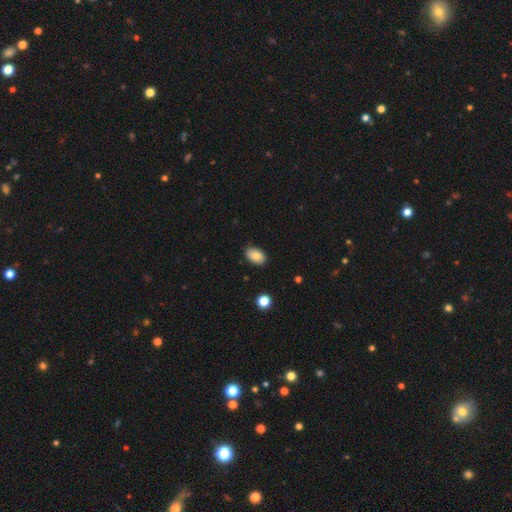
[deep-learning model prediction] This is clearly a smooth galaxy (85%). How rounded: clearly in between (89%). Merging: clearly none (84%).